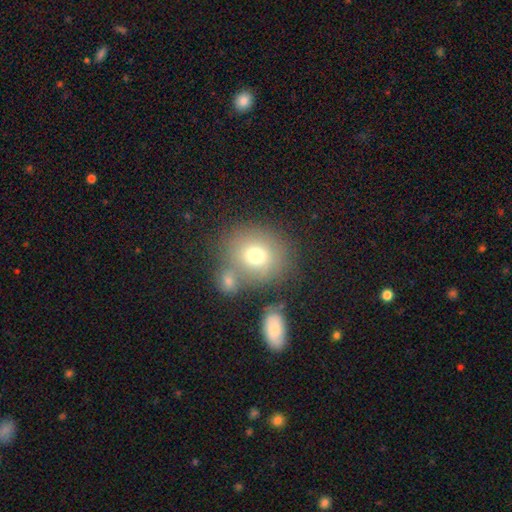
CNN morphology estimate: A smooth galaxy with no disk features (72%) that is round (79%).

Vote fractions:
- Smooth or featured? smooth: 72% / featured or disk: 16% / star or artifact: 12%
- How rounded? round: 79% / in between: 20% / cigar-shaped: 1%
- Merging? none: 58% / merger: 24% / minor disturbance: 13% / major disturbance: 6%